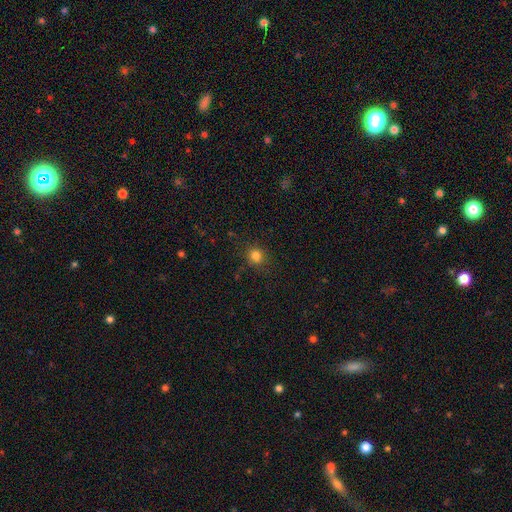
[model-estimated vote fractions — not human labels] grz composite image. It shows a smooth galaxy with no disk features (81%) that is round (86%). Merging: none (85%).